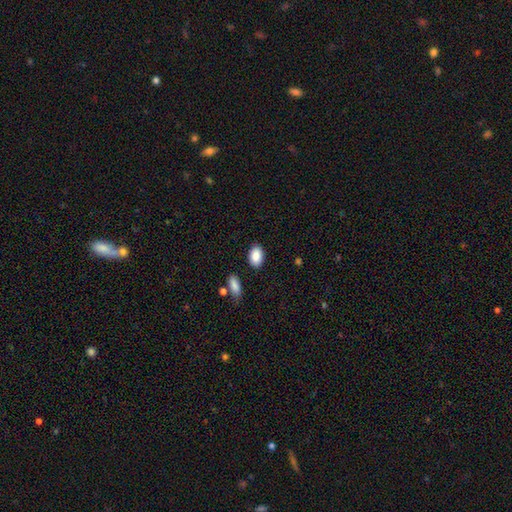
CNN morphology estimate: type=smooth (88%); roundness=in between (87%); merging=none (87%).